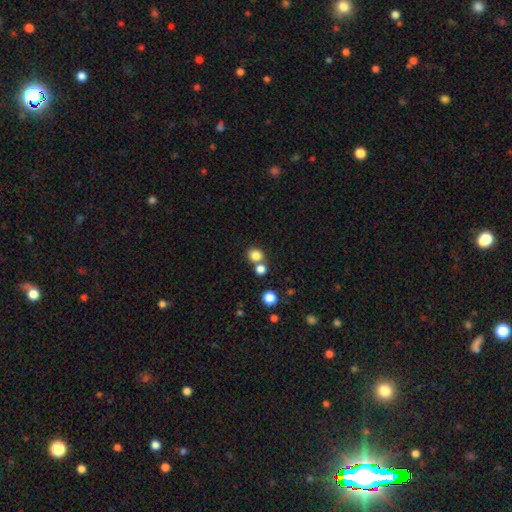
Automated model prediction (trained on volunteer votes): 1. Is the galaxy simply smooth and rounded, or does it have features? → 82% smooth, 13% star or artifact, 6% featured or disk.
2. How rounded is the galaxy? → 82% round, 17% in between, 1% cigar-shaped.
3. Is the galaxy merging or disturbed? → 64% none, 25% merger, 8% minor disturbance, 3% major disturbance.